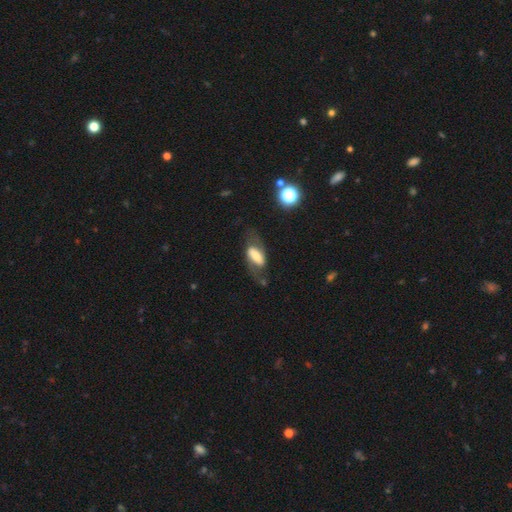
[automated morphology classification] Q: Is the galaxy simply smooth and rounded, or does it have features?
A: featured or disk — 53%.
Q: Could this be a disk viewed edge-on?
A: no — 86%.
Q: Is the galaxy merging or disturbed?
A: none — 57%.